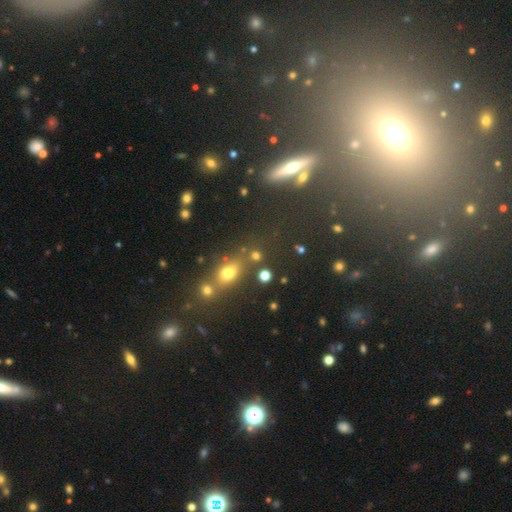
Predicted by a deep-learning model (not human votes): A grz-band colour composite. It shows a smooth galaxy with no disk features (65%) that is round (65%). Merging: none (66%).